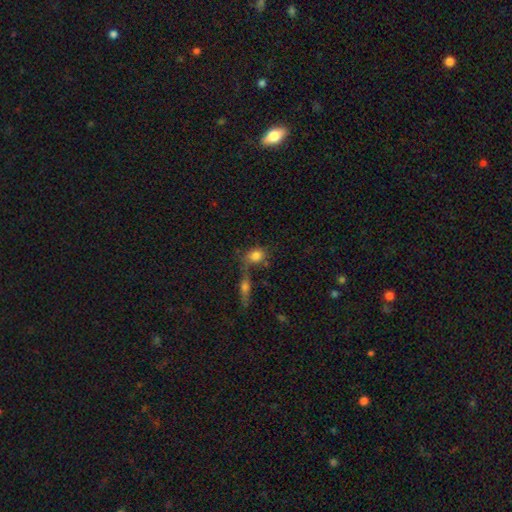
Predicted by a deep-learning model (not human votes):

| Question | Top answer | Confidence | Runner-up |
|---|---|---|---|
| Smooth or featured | smooth | 79% | featured or disk (11%) |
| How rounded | in between | 49% | round (47%) |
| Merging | none | 50% | merger (30%) |